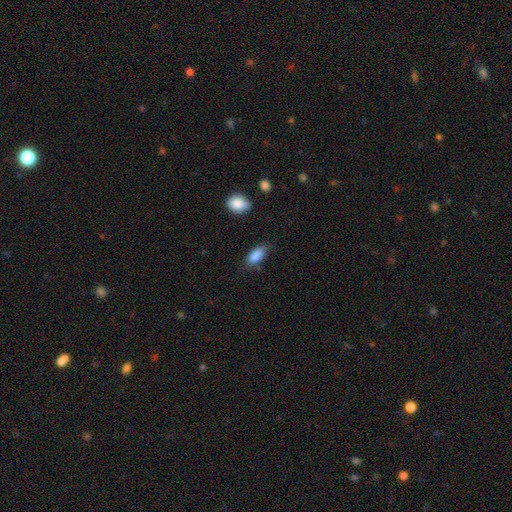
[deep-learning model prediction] Q: Smooth or featured?
A: smooth (87%); runner-up: star or artifact (7%)
Q: How rounded?
A: in between (87%); runner-up: cigar-shaped (10%)
Q: Merging?
A: none (70%); runner-up: minor disturbance (23%)